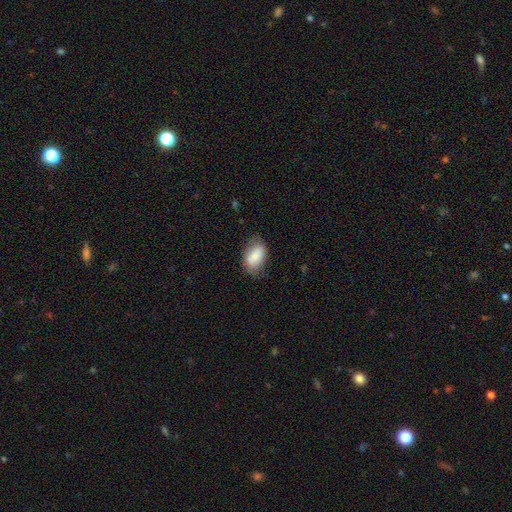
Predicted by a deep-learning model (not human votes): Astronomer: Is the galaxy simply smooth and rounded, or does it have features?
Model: smooth — 81%.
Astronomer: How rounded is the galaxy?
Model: in between — 90%.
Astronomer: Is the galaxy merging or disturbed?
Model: none — 71%.